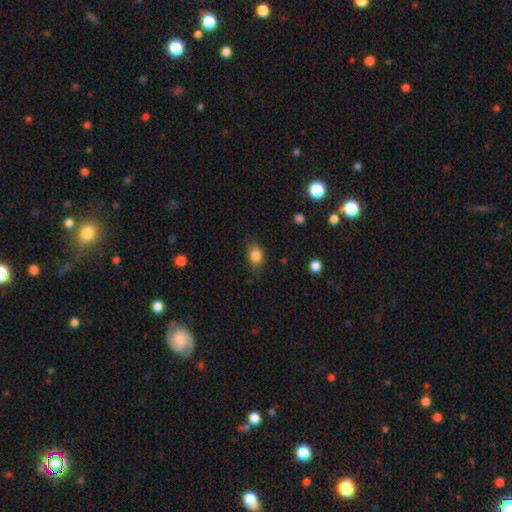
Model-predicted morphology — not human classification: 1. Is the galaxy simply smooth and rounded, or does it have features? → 85% smooth, 9% star or artifact, 6% featured or disk.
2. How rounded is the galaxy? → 68% in between, 31% round, 1% cigar-shaped.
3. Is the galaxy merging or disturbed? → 77% none, 18% minor disturbance, 4% major disturbance, 1% merger.